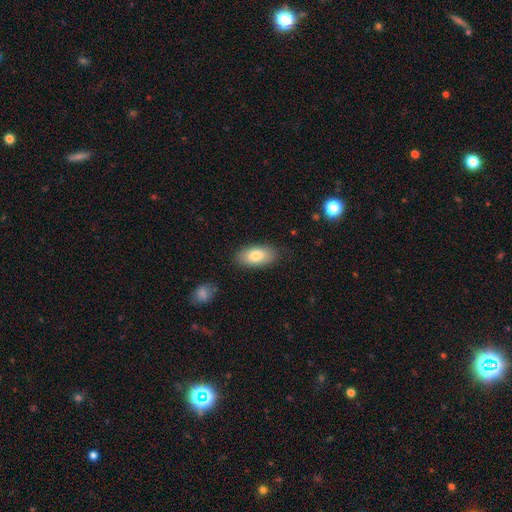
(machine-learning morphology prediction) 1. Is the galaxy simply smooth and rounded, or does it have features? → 79% smooth, 14% featured or disk, 6% star or artifact.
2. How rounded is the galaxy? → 93% in between, 4% cigar-shaped, 4% round.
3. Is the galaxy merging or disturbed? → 83% none, 13% minor disturbance, 3% major disturbance, 2% merger.